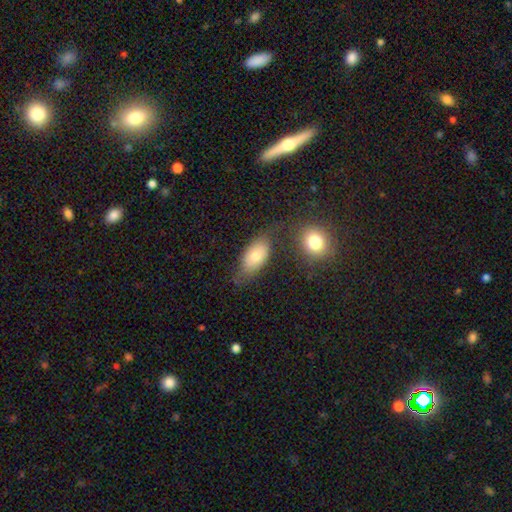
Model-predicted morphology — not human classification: Q: Smooth or featured?
A: smooth (71%); runner-up: featured or disk (20%)
Q: How rounded?
A: in between (86%); runner-up: round (9%)
Q: Merging?
A: none (58%); runner-up: minor disturbance (21%)